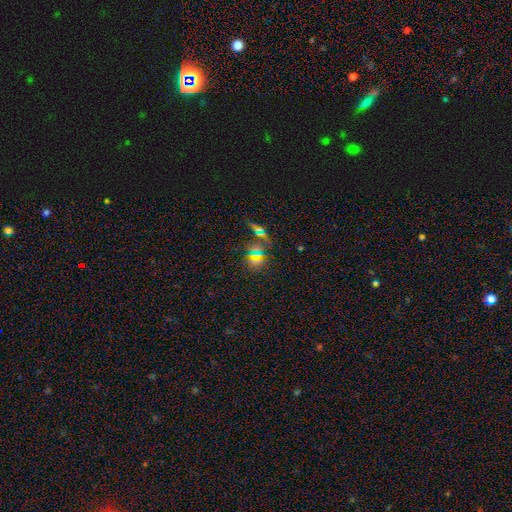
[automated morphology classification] Smooth or featured? star or artifact (55%)